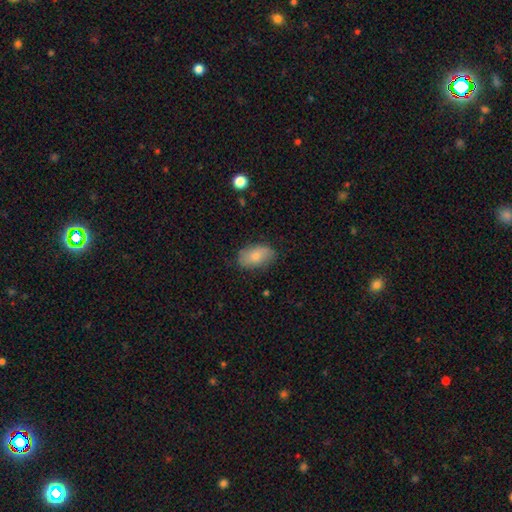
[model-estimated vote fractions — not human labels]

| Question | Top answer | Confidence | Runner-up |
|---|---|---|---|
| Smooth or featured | smooth | 75% | featured or disk (18%) |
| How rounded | in between | 92% | round (6%) |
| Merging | none | 79% | minor disturbance (17%) |